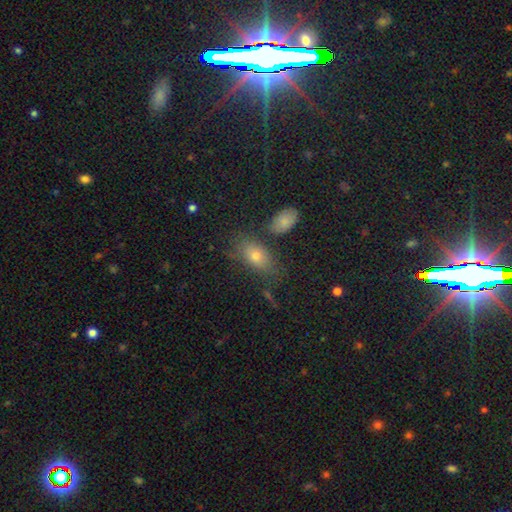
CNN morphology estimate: A smooth galaxy with no disk features (72%) that is in between round and cigar-shaped (86%).

Vote fractions:
- Smooth or featured? smooth: 72% / featured or disk: 14% / star or artifact: 14%
- How rounded? in between: 86% / round: 10% / cigar-shaped: 4%
- Merging? none: 68% / minor disturbance: 17% / merger: 9% / major disturbance: 6%